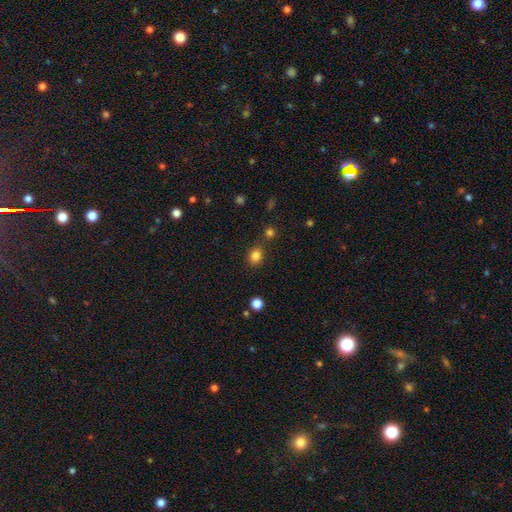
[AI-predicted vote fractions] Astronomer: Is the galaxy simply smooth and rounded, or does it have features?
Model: smooth — 82%.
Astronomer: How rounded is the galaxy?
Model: round — 67%.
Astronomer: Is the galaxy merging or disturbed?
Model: none — 79%.